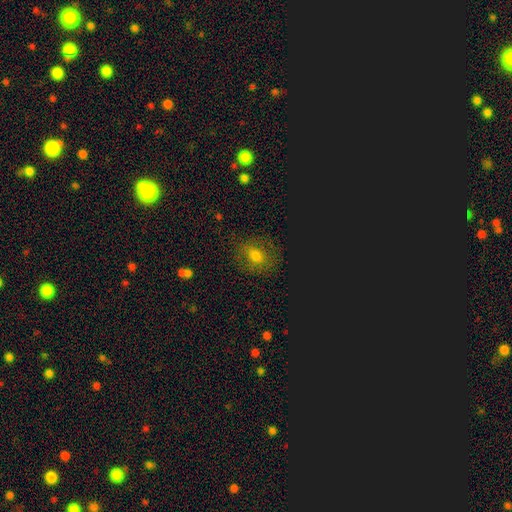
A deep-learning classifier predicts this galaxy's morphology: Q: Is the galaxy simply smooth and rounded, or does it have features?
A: smooth — 63%.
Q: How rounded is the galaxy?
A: round — 57%.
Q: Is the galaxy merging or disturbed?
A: none — 81%.